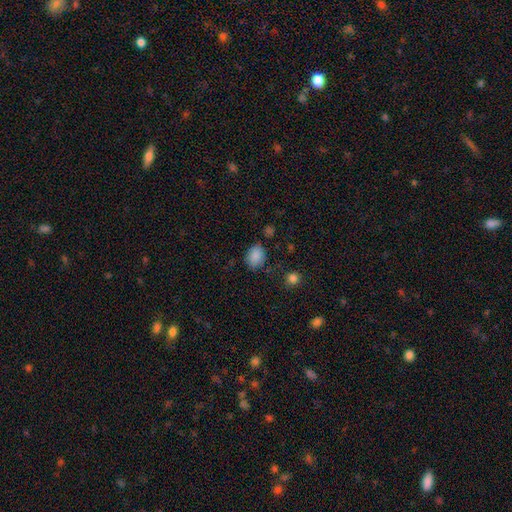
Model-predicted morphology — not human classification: A smooth galaxy with no disk features (86%) that is in between round and cigar-shaped (62%).

Vote fractions:
- Smooth or featured? smooth: 86% / star or artifact: 9% / featured or disk: 5%
- How rounded? in between: 62% / round: 37% / cigar-shaped: 1%
- Merging? none: 72% / minor disturbance: 21% / major disturbance: 5% / merger: 3%